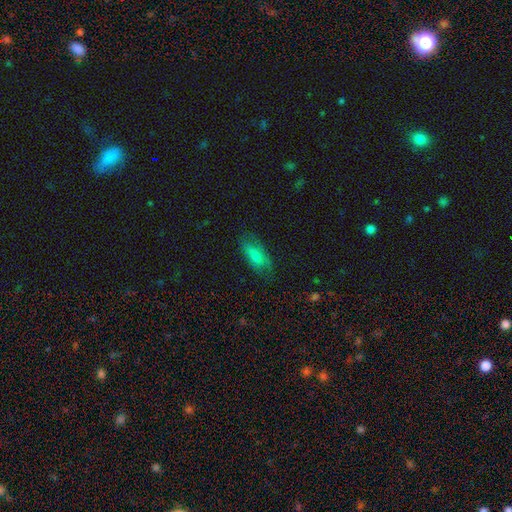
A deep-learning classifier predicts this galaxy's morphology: This appears to be a smooth galaxy with no disk features (68%) that is in between round and cigar-shaped (71%). Merging: none (73%).